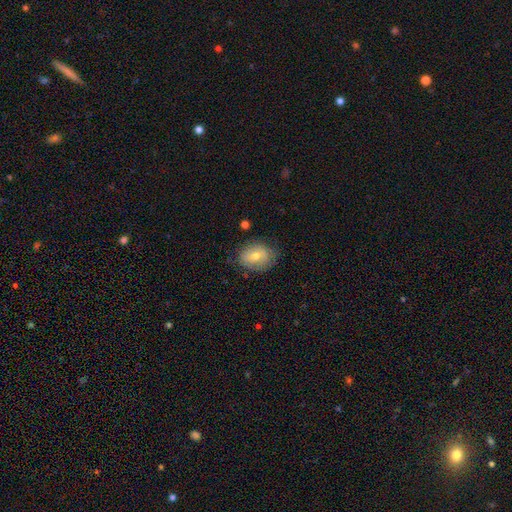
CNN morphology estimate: smooth 64%, featured or disk 28%, star or artifact 8%. Down the decision tree: how rounded — in between (64%); merging — none (73%).